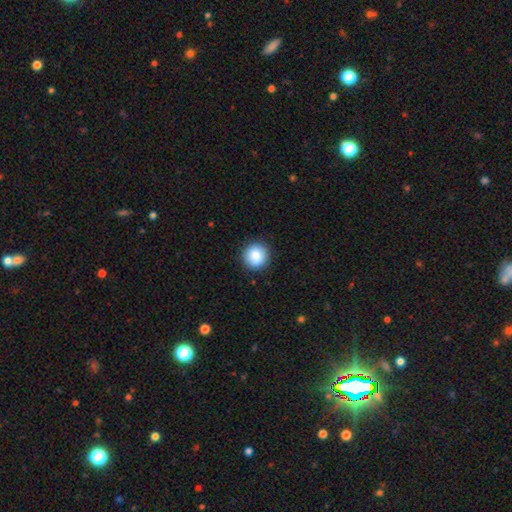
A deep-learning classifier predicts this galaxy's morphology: Smooth or featured?
  - smooth: 86% *
  - star or artifact: 8%
  - featured or disk: 6%
How rounded?
  - round: 91% *
  - in between: 9%
  - cigar-shaped: 1%
Merging?
  - none: 89% *
  - minor disturbance: 8%
  - major disturbance: 2%
  - merger: 1%